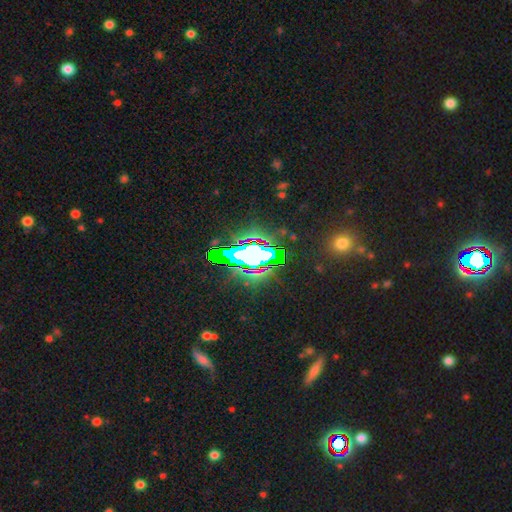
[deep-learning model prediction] star or artifact 66%, smooth 18%, featured or disk 16%.